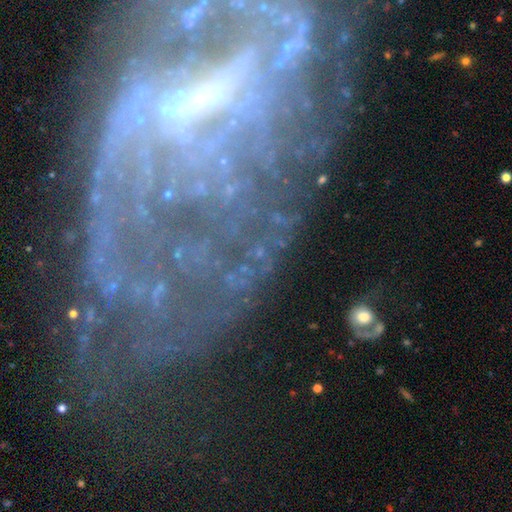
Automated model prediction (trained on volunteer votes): Overall: featured or disk (78%). Edge-on disk: no (93%). Bar: strong (35%; weak 34%). Spiral arms: yes (64%; no 36%). Bulge size: small (52%; none 25%). Merging: none (43%; major disturbance 33%).